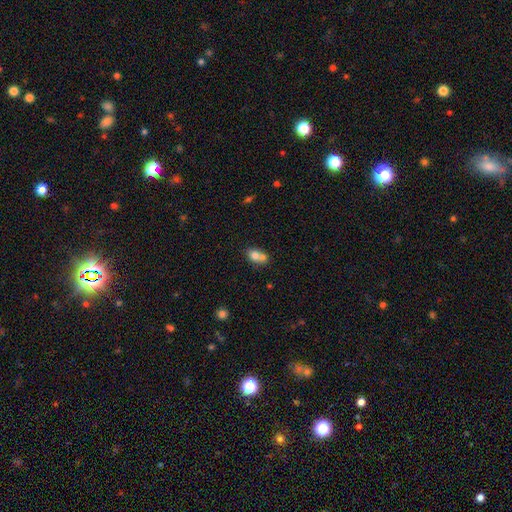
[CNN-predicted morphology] smooth 73%, featured or disk 17%, star or artifact 10%. Down the decision tree: how rounded — in between (54%); merging — merger (59%).